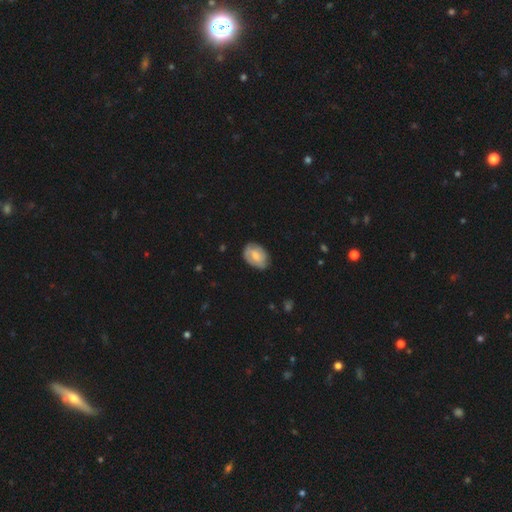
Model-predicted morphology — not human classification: Smooth or featured? smooth (56%)
How rounded? in between (78%)
Merging? none (71%)